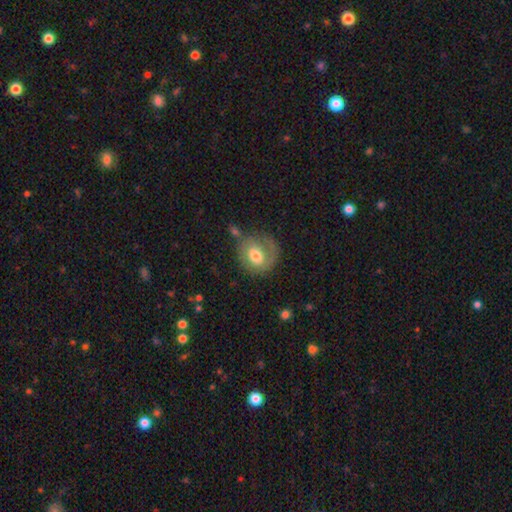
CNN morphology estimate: Overall: smooth (47%; featured or disk 46%). Merging: none (55%; minor disturbance 23%).